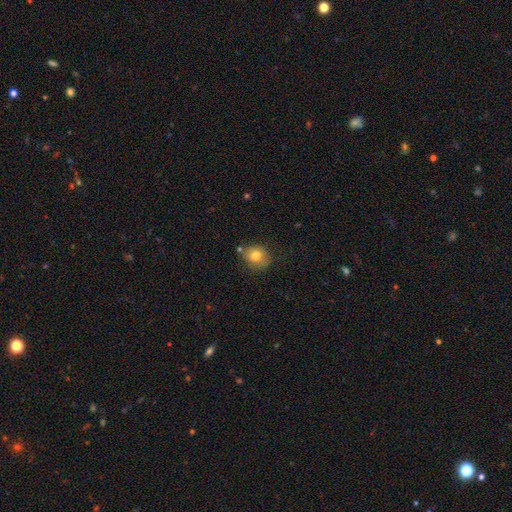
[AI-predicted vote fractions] smooth-or-featured: smooth: 77% | featured or disk: 12% | star or artifact: 11%
  how-rounded: round: 73% | in between: 26% | cigar-shaped: 1%
  merging: none: 73% | minor disturbance: 16% | merger: 7% | major disturbance: 4%